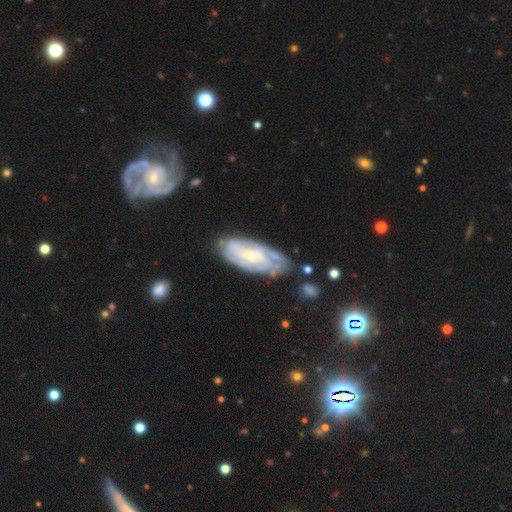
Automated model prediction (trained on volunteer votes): This is likely a featured or disk galaxy (72%). It is clearly not viewed edge-on (92%). Bar: likely no (65%). Spiral arm pattern: clearly yes (85%). Spiral arm count: possibly can't tell (52%). Spiral winding: likely tight (67%). Central bulge: likely small (71%). Merging: likely none (70%).